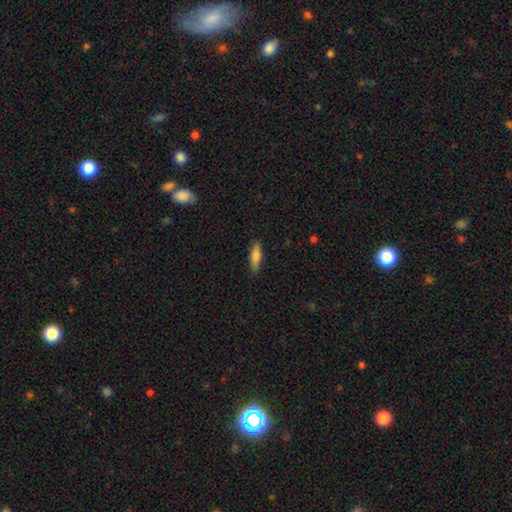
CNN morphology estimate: Q: Smooth or featured?
A: smooth (78%); runner-up: featured or disk (16%)
Q: How rounded?
A: cigar-shaped (54%); runner-up: in between (44%)
Q: Merging?
A: none (88%); runner-up: minor disturbance (9%)